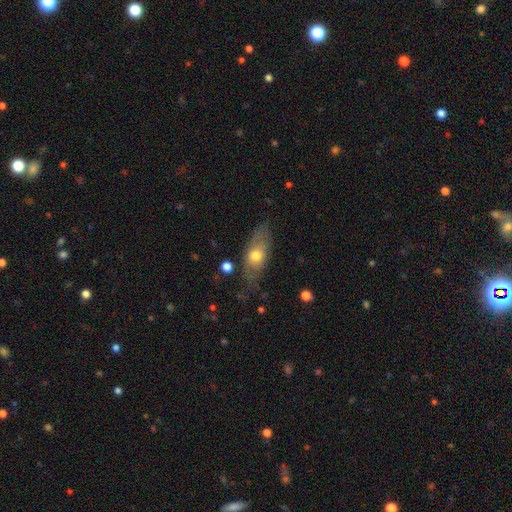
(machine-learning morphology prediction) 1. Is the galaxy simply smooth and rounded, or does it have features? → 59% smooth, 34% featured or disk, 7% star or artifact.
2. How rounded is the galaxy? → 77% in between, 16% cigar-shaped, 7% round.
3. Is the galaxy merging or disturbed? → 67% none, 22% minor disturbance, 9% major disturbance, 2% merger.